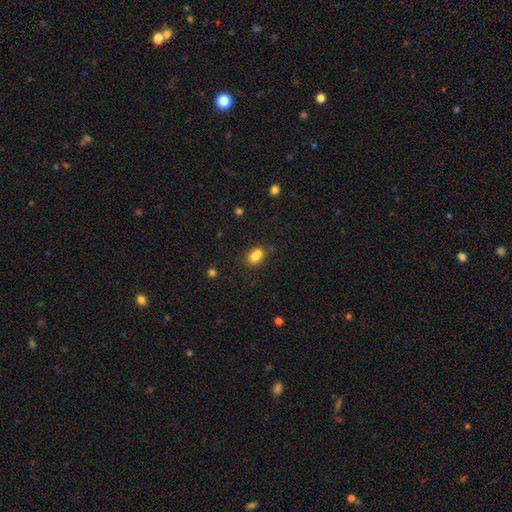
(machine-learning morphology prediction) This appears to be a smooth galaxy with no disk features (74%) that is in between round and cigar-shaped (57%). Merging: merger (54%).